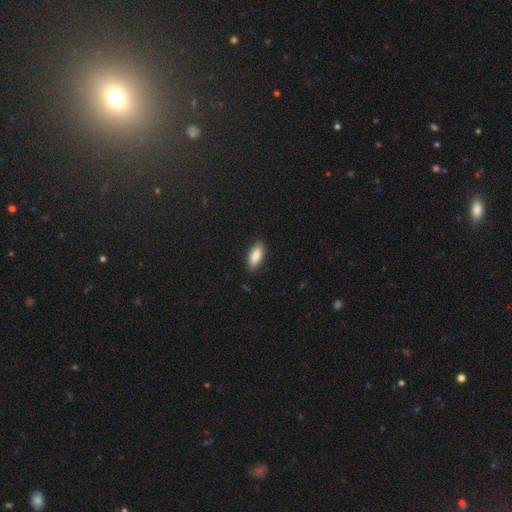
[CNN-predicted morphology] type=smooth (86%); roundness=in between (84%); merging=none (87%).